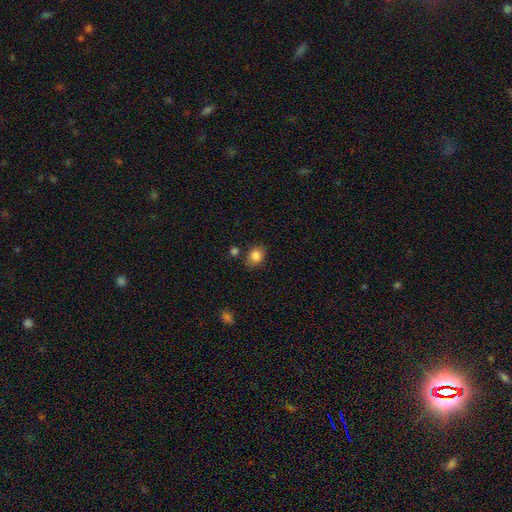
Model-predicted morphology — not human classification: This appears to be a smooth galaxy with no disk features (85%) that is in between round and cigar-shaped (52%). Merging: none (76%).